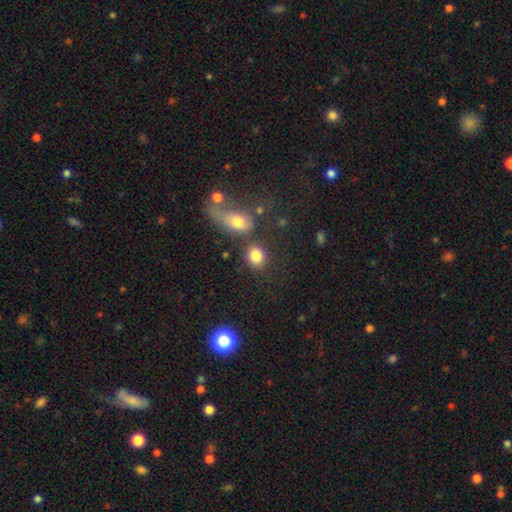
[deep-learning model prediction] Smooth or featured?
  - smooth: 82% *
  - star or artifact: 10%
  - featured or disk: 8%
How rounded?
  - round: 55% *
  - in between: 43%
  - cigar-shaped: 2%
Merging?
  - none: 65% *
  - merger: 17%
  - minor disturbance: 12%
  - major disturbance: 6%